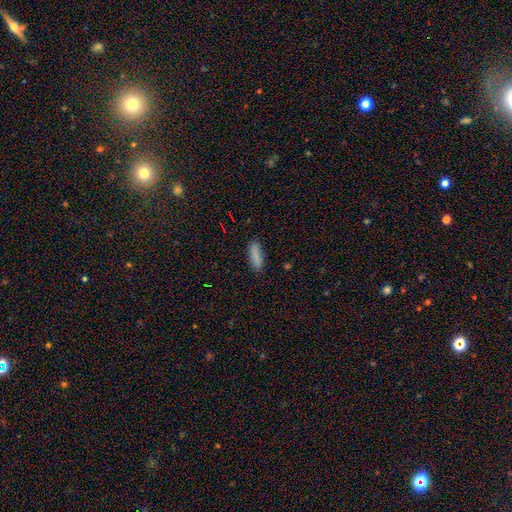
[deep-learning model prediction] Overall: smooth (87%). How rounded: in between (51%; cigar-shaped 47%). Merging: none (83%).